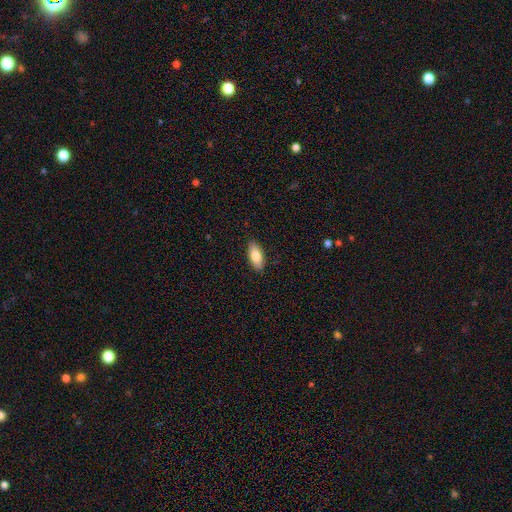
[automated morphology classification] smooth_or_featured: smooth (p=0.81) [alt: featured or disk p=0.12]
how_rounded: in between (p=0.87) [alt: cigar-shaped p=0.11]
merging: none (p=0.88) [alt: minor disturbance p=0.09]